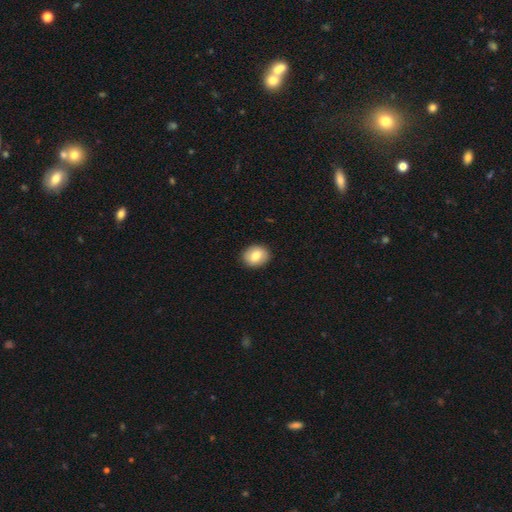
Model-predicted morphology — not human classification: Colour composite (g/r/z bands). It shows a smooth galaxy with no disk features (79%) that is round (55%). Merging: none (90%).